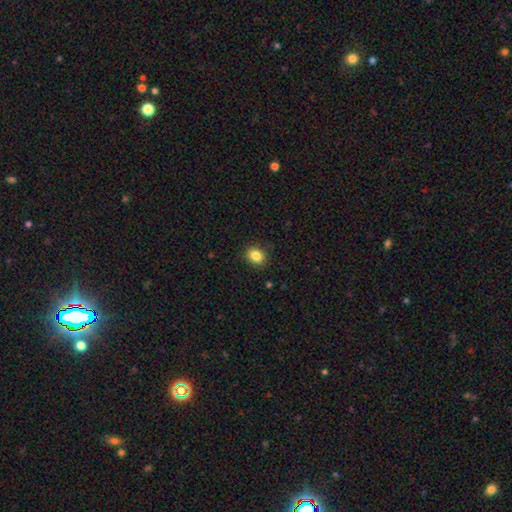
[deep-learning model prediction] Smooth or featured? smooth (85%)
How rounded? round (57%)
Merging? none (88%)